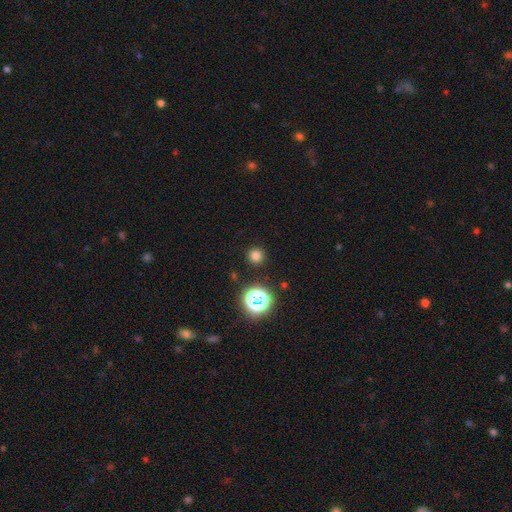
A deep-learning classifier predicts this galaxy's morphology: smooth 75%, star or artifact 20%, featured or disk 5%. Down the decision tree: how rounded — round (95%); merging — none (91%).